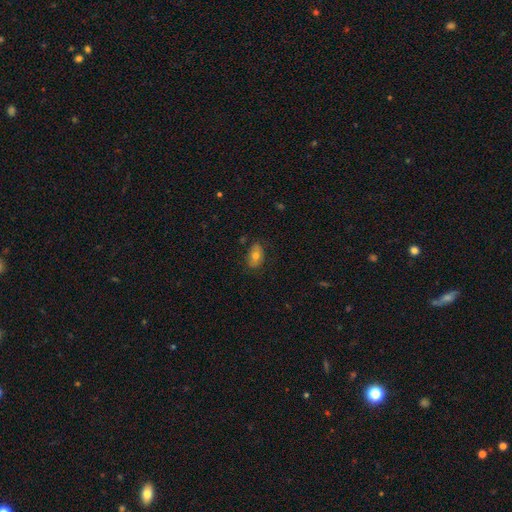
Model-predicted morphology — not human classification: Smooth or featured?
  - smooth: 66% *
  - featured or disk: 23%
  - star or artifact: 11%
How rounded?
  - in between: 87% *
  - round: 10%
  - cigar-shaped: 3%
Merging?
  - none: 79% *
  - minor disturbance: 16%
  - major disturbance: 4%
  - merger: 1%